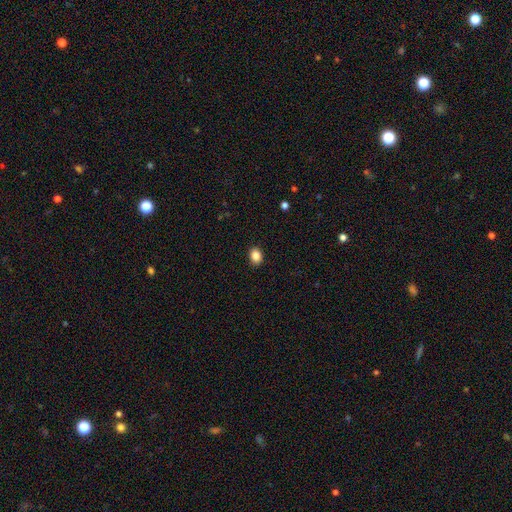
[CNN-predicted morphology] smooth_or_featured: smooth (p=0.87) [alt: star or artifact p=0.09]
how_rounded: in between (p=0.62) [alt: round p=0.37]
merging: none (p=0.90) [alt: minor disturbance p=0.07]